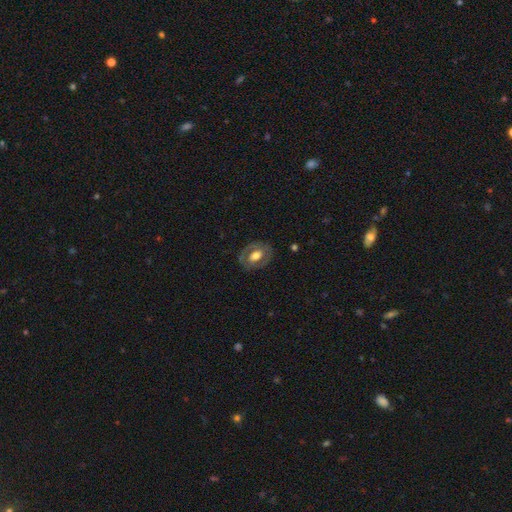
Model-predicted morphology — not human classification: smooth-or-featured: featured or disk: 52% | smooth: 42% | star or artifact: 6%
  disk-edge-on: no: 93% | yes: 7%
  merging: none: 78% | minor disturbance: 15% | major disturbance: 6% | merger: 1%